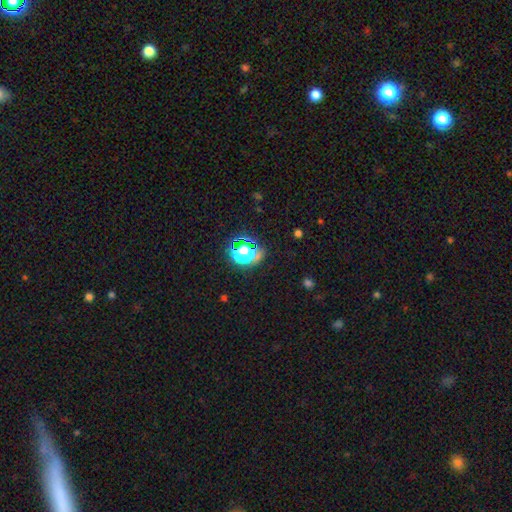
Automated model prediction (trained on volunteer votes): A star or artifact, not a galaxy (60%).